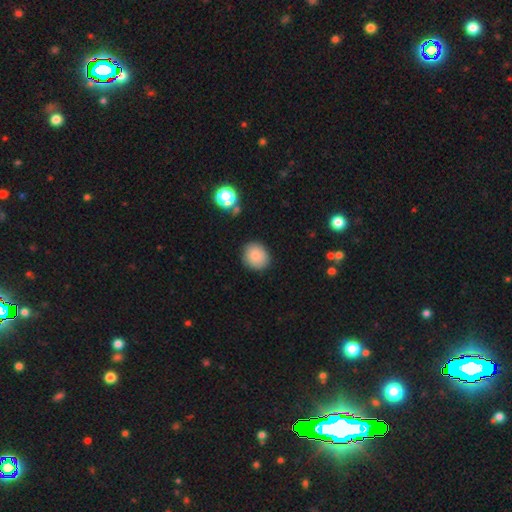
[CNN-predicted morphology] This appears to be a smooth galaxy with no disk features (84%) that is round (73%). Merging: none (86%).